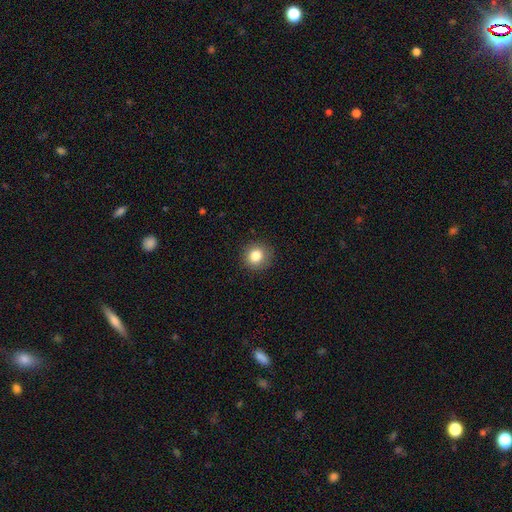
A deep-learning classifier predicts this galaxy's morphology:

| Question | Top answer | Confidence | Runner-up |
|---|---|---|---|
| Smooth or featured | smooth | 83% | star or artifact (10%) |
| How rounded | round | 89% | in between (10%) |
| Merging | none | 90% | minor disturbance (7%) |